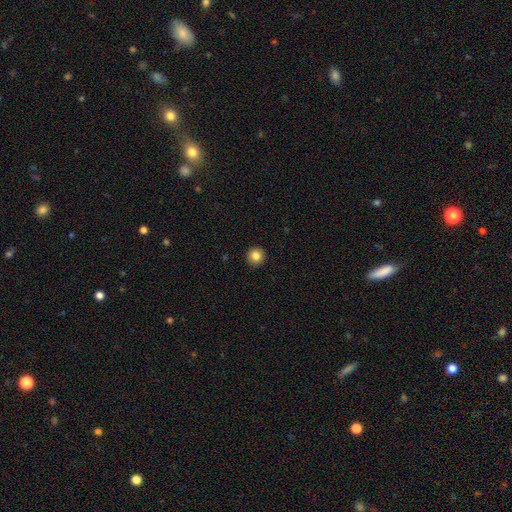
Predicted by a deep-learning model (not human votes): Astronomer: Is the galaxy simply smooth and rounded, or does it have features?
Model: smooth — 85%.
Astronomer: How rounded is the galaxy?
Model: round — 95%.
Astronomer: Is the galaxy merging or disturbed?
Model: none — 93%.